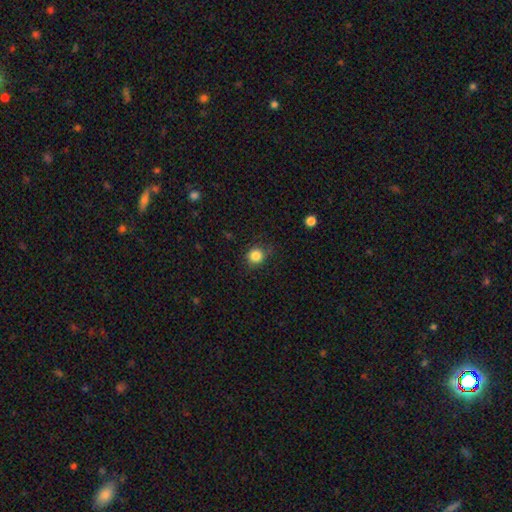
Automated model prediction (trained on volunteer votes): Smooth or featured?
  - smooth: 84% *
  - star or artifact: 11%
  - featured or disk: 5%
How rounded?
  - round: 86% *
  - in between: 13%
  - cigar-shaped: 1%
Merging?
  - none: 78% *
  - minor disturbance: 16%
  - major disturbance: 4%
  - merger: 1%